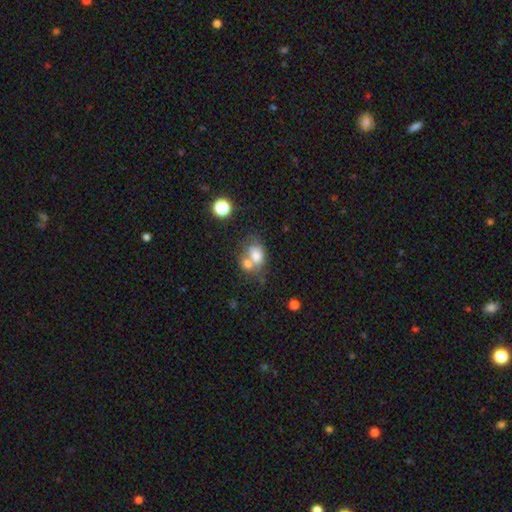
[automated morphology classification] Smooth or featured? smooth (73%)
How rounded? in between (60%)
Merging? merger (55%)